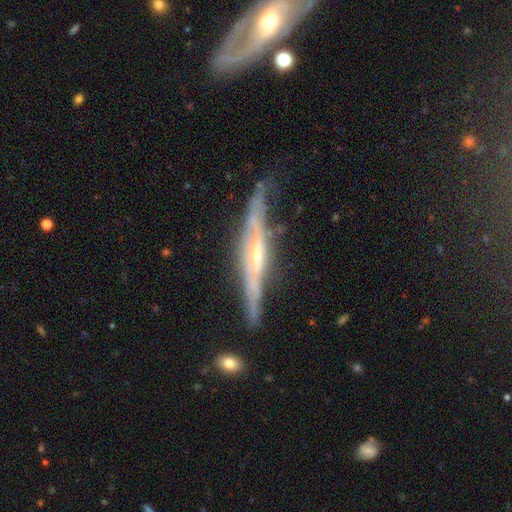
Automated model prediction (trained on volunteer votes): smooth_or_featured: featured or disk (p=0.82) [alt: smooth p=0.12]
disk_edge_on: yes (p=0.91) [alt: no p=0.09]
edge_on_bulge: rounded (p=0.47) [alt: none p=0.27]
merging: none (p=0.66) [alt: minor disturbance p=0.23]